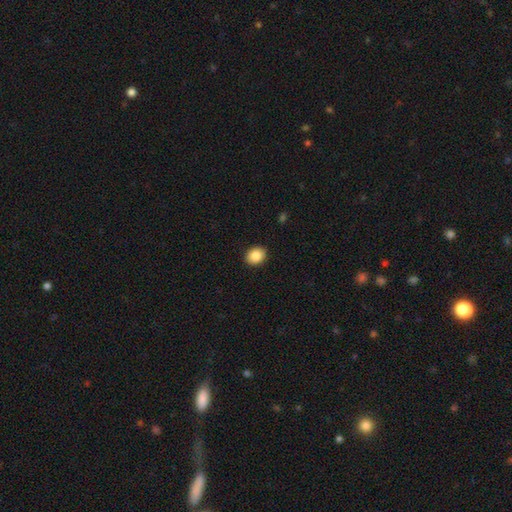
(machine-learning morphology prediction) This appears to be a smooth galaxy with no disk features (87%) that is round (64%). Merging: none (91%).